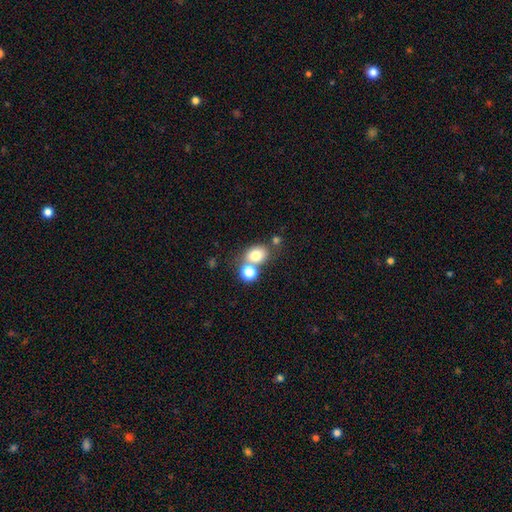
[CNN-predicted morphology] smooth-or-featured: smooth: 77% | star or artifact: 12% | featured or disk: 10%
  how-rounded: round: 50% | in between: 49% | cigar-shaped: 1%
  merging: none: 50% | merger: 36% | minor disturbance: 10% | major disturbance: 4%